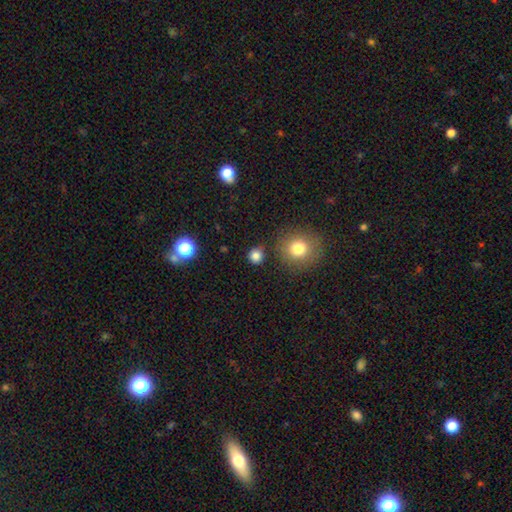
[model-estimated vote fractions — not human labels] Smooth or featured? Predicted: smooth (p=0.81). How rounded? Predicted: round (p=0.90). Merging? Predicted: none (p=0.84).